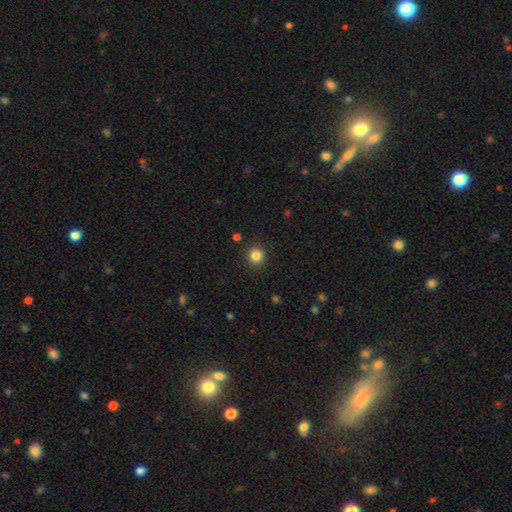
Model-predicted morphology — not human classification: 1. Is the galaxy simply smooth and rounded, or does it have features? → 84% smooth, 12% star or artifact, 4% featured or disk.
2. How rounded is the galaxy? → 93% round, 6% in between, 1% cigar-shaped.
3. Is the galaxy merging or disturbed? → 91% none, 6% minor disturbance, 2% major disturbance, 1% merger.